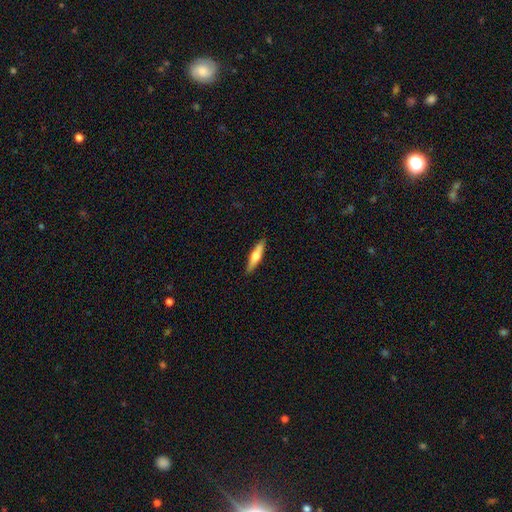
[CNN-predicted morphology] Overall: smooth (54%; featured or disk 41%). How rounded: cigar-shaped (77%). Merging: none (88%).